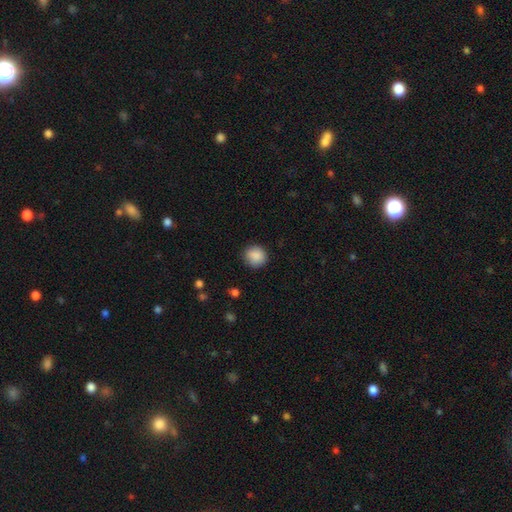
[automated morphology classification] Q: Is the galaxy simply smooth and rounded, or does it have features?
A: smooth — 88%.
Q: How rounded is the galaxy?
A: round — 90%.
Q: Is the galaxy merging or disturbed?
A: none — 87%.